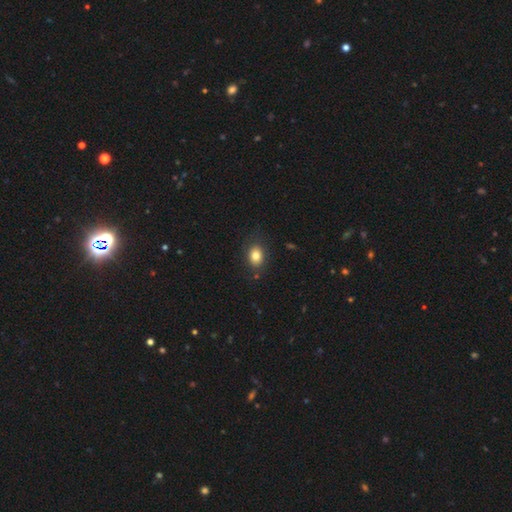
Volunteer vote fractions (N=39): smooth_or_featured: smooth (p=0.87) [alt: featured or disk p=0.10]
how_rounded: in between (p=0.74) [alt: round p=0.26]
merging: none (p=0.68) [alt: minor disturbance p=0.18]